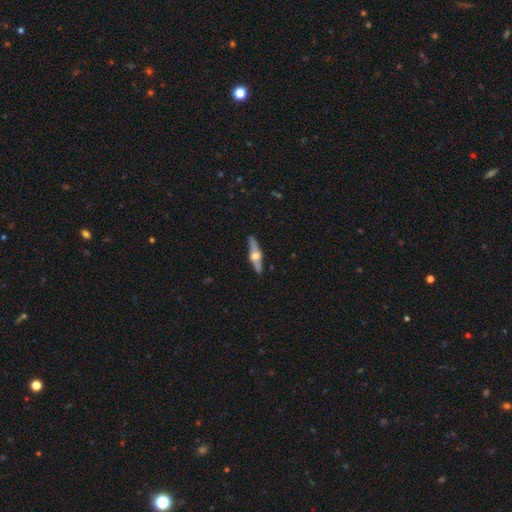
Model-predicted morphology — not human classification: Smooth or featured? Predicted: featured or disk (p=0.69). Edge-on disk? Predicted: yes (p=0.94). Edge-on bulge? Predicted: rounded (p=0.95). Merging? Predicted: none (p=0.87).